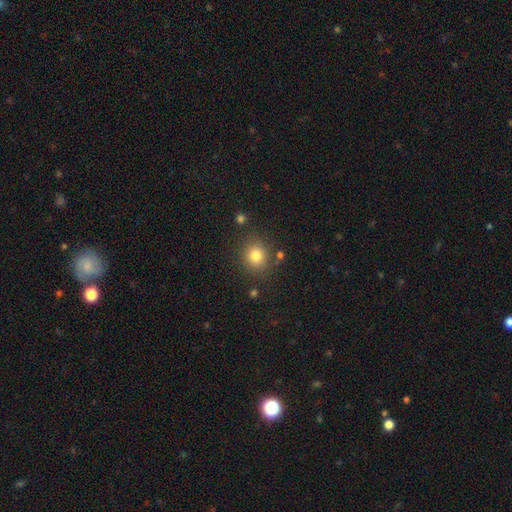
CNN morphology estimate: type=smooth (80%); roundness=round (83%); merging=none (83%).